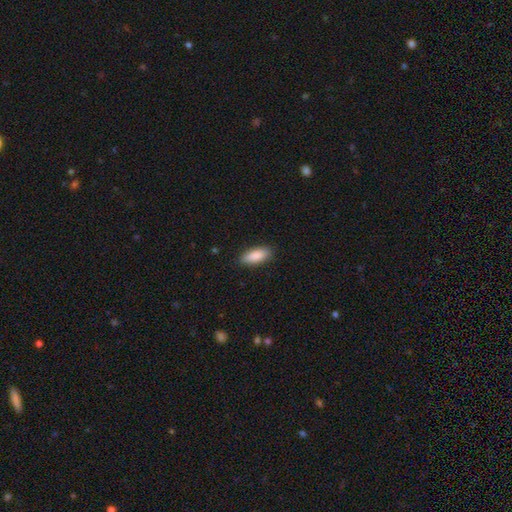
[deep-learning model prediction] Smooth or featured? smooth (88%)
How rounded? in between (77%)
Merging? none (87%)